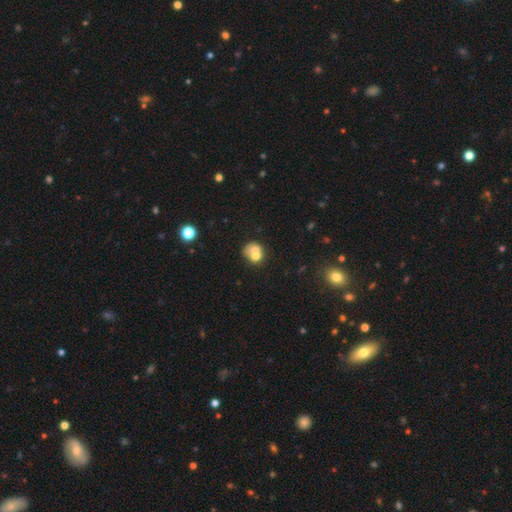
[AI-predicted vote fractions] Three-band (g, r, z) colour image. It shows a smooth galaxy with no disk features (65%) that is round (69%). Merging: merger (57%).